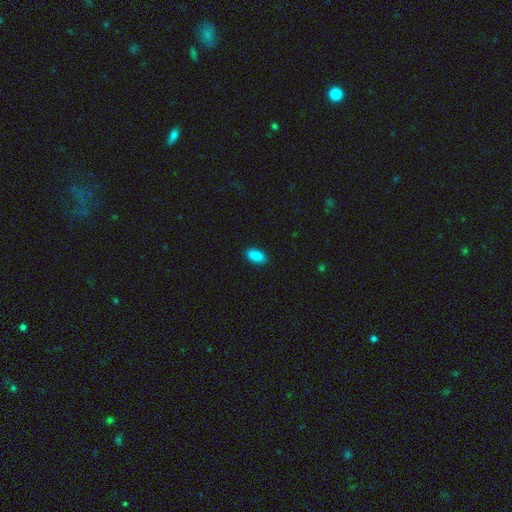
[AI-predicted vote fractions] Smooth or featured? Predicted: smooth (p=0.89). How rounded? Predicted: in between (p=0.90). Merging? Predicted: none (p=0.86).